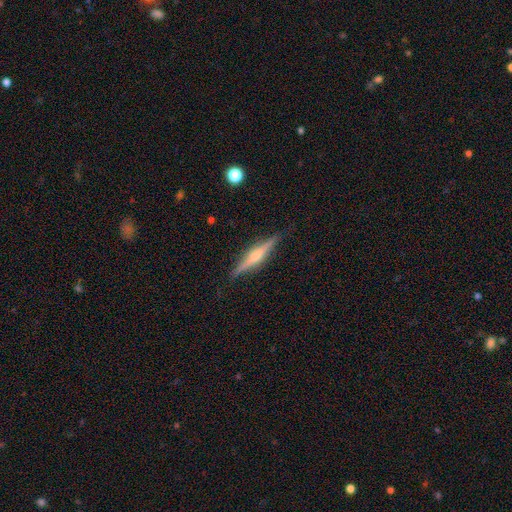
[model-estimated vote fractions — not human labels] Smooth or featured? featured or disk (74%)
Edge-on disk? yes (98%)
Edge-on bulge? rounded (81%)
Merging? none (88%)